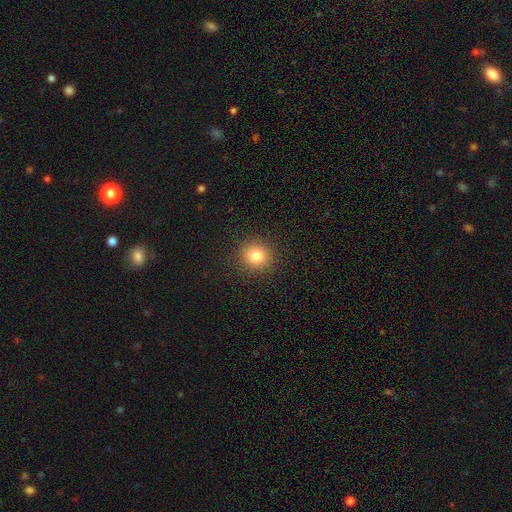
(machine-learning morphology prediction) Overall: smooth (80%). How rounded: round (92%). Merging: none (91%).